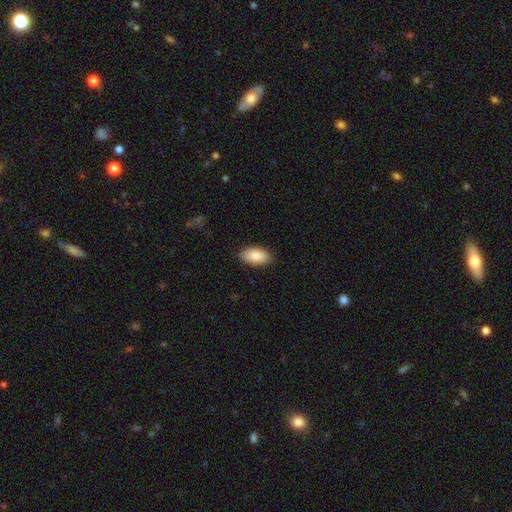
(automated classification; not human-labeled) smooth-or-featured: smooth: 89% | star or artifact: 6% | featured or disk: 5%
  how-rounded: in between: 95% | cigar-shaped: 3% | round: 3%
  merging: none: 88% | minor disturbance: 9% | major disturbance: 2% | merger: 1%